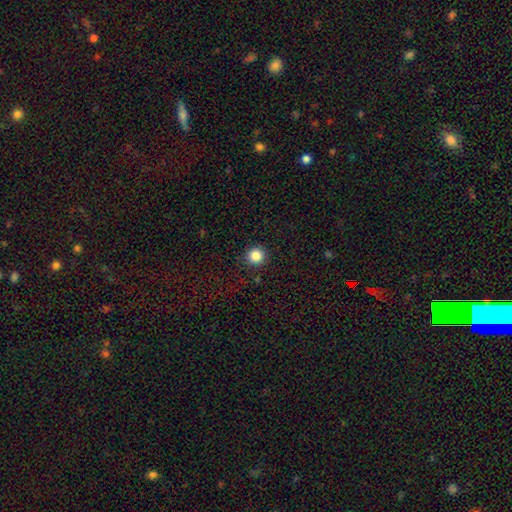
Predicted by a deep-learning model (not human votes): smooth 85%, star or artifact 11%, featured or disk 4%. Down the decision tree: how rounded — round (94%); merging — none (91%).